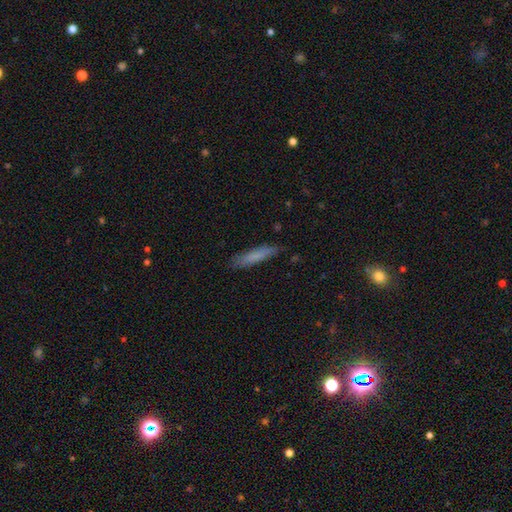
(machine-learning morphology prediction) This is likely a smooth galaxy (75%). How rounded: clearly cigar-shaped (89%). Merging: clearly none (83%).